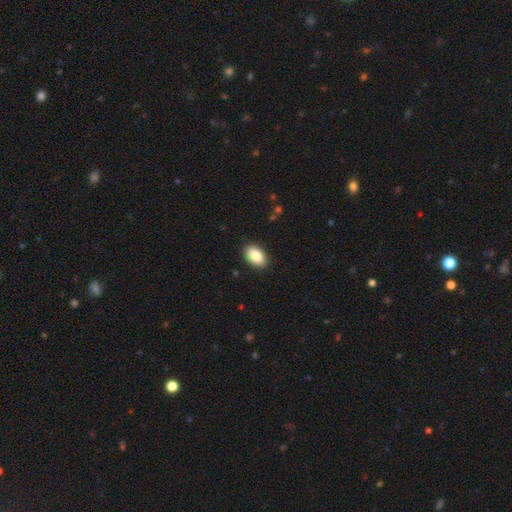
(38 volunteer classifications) A smooth galaxy with no disk features (89%) that is in between round and cigar-shaped (100%). Merging: none (95%).